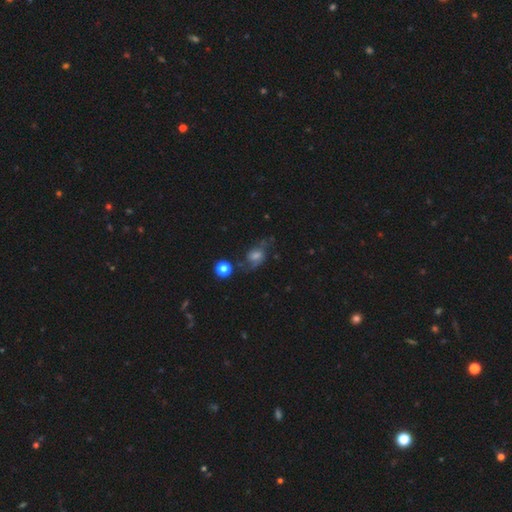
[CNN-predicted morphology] A featured or disk galaxy (52%).

Vote fractions:
- Smooth or featured? featured or disk: 52% / smooth: 29% / star or artifact: 20%
- Edge-on disk? no: 93% / yes: 7%
- Merging? none: 57% / minor disturbance: 21% / major disturbance: 17% / merger: 5%